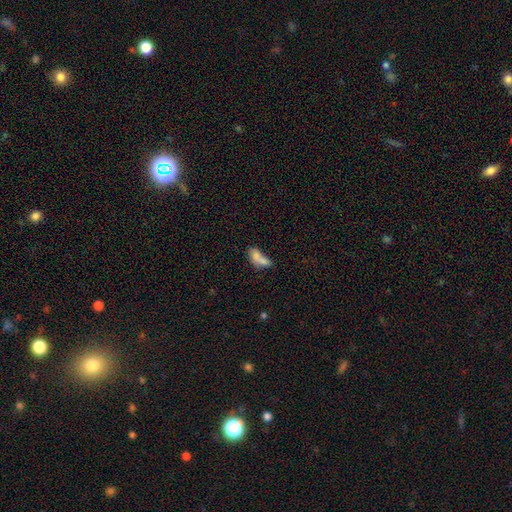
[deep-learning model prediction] smooth 73%, featured or disk 17%, star or artifact 10%. Down the decision tree: how rounded — in between (78%); merging — merger (45%).